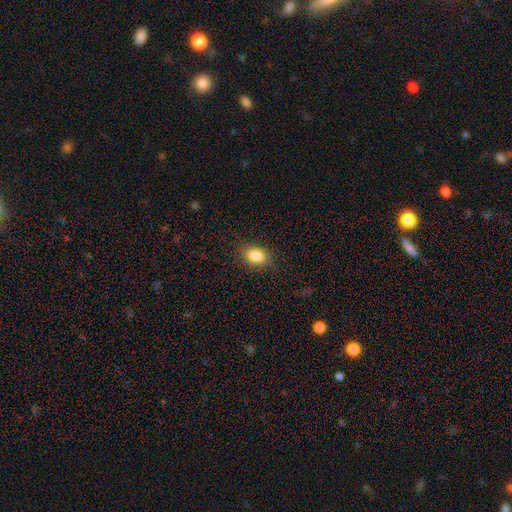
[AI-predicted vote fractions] The model was most divided on "how rounded": in between: 76%, round: 22%, cigar-shaped: 1%. More confident: merging — none (86%); smooth or featured — smooth (84%).